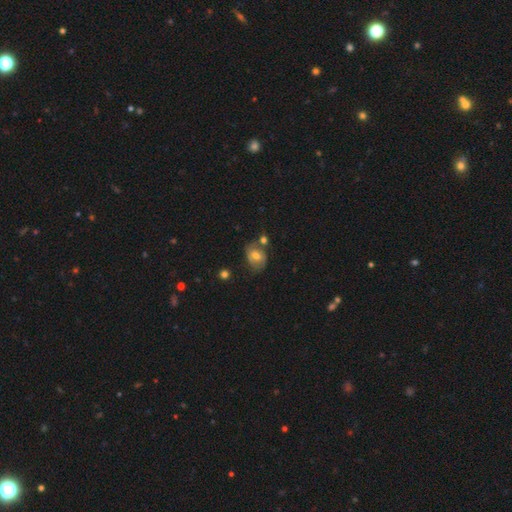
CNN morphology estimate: A smooth galaxy with no disk features (52%) that is in between round and cigar-shaped (62%).

Vote fractions:
- Smooth or featured? smooth: 52% / featured or disk: 38% / star or artifact: 9%
- How rounded? in between: 62% / round: 37% / cigar-shaped: 1%
- Merging? none: 54% / minor disturbance: 22% / merger: 16% / major disturbance: 8%